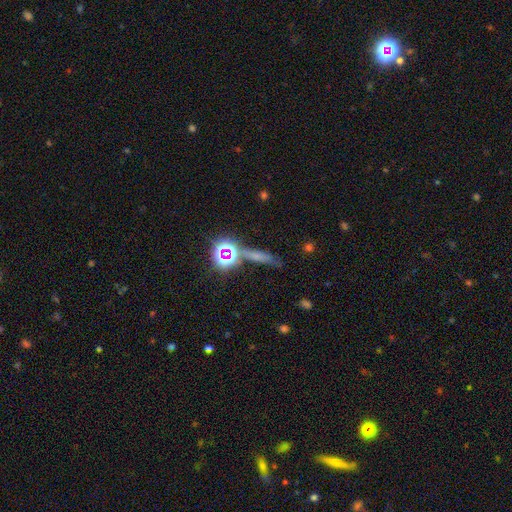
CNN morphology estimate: Smooth or featured? smooth (46%)
Merging? none (70%)